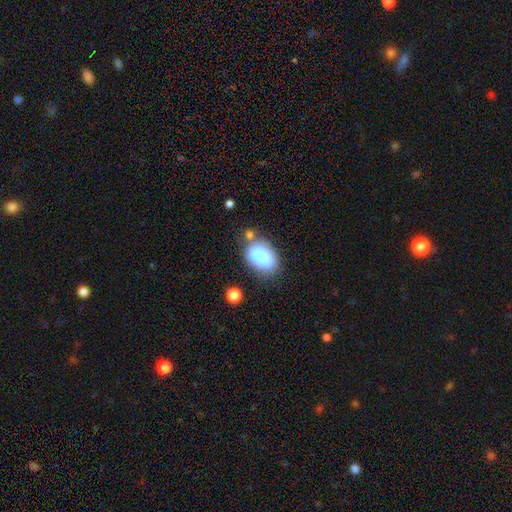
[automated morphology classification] Smooth or featured: smooth — 79% (featured or disk — 12%)
How rounded: in between — 88% (round — 10%)
Merging: none — 54% (minor disturbance — 21%)